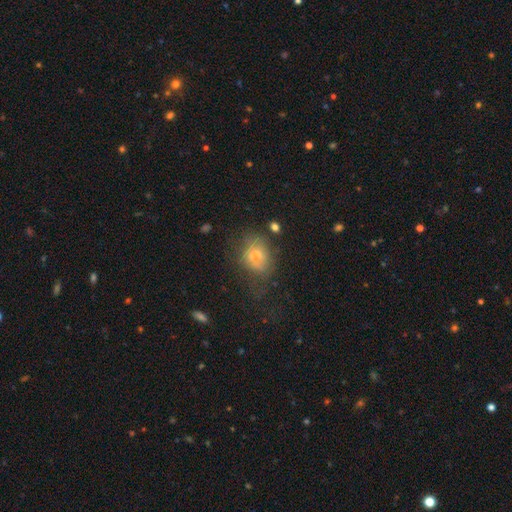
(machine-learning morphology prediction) Smooth or featured?
  - smooth: 60% *
  - featured or disk: 26%
  - star or artifact: 14%
How rounded?
  - in between: 69% *
  - round: 29%
  - cigar-shaped: 2%
Merging?
  - none: 37% *
  - major disturbance: 27%
  - minor disturbance: 25%
  - merger: 10%